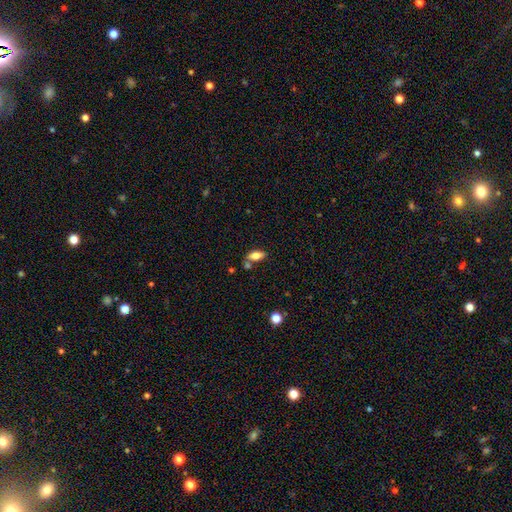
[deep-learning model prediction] The model was most divided on "merging": none: 62%, merger: 19%, minor disturbance: 15%, major disturbance: 4%. More confident: how rounded — in between (85%); smooth or featured — smooth (77%).